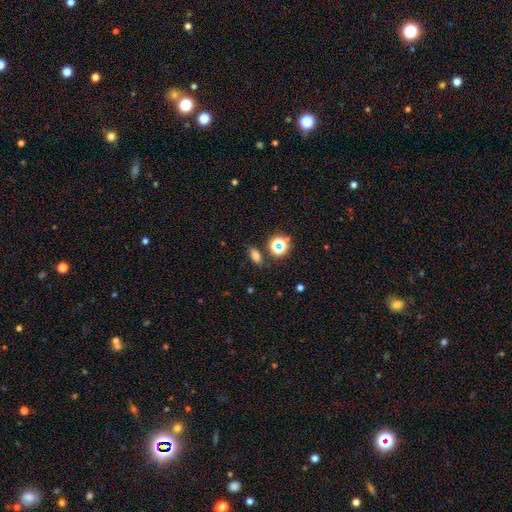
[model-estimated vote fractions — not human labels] Morphology: type=smooth (69%); roundness=in between (77%); merging=none (82%).